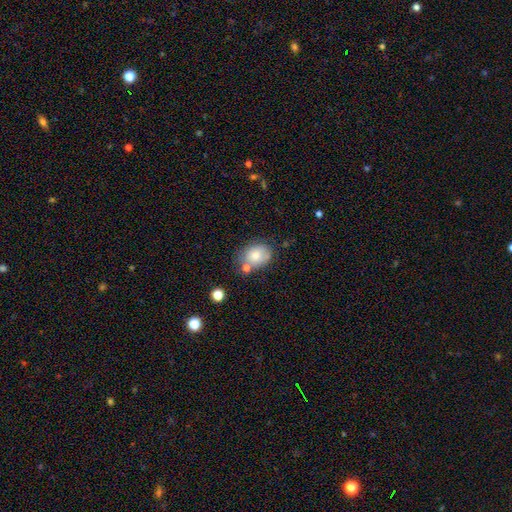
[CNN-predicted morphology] Smooth or featured?
  - smooth: 77% *
  - featured or disk: 14%
  - star or artifact: 9%
How rounded?
  - in between: 65% *
  - round: 34%
  - cigar-shaped: 1%
Merging?
  - none: 59% *
  - minor disturbance: 20%
  - merger: 15%
  - major disturbance: 6%